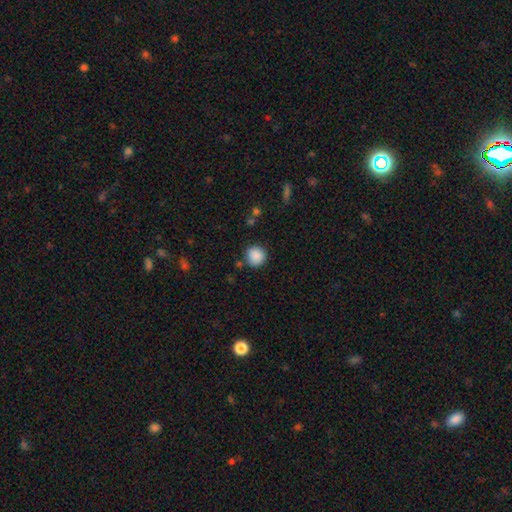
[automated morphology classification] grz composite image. It shows a smooth galaxy with no disk features (88%) that is round (93%). Merging: none (84%).